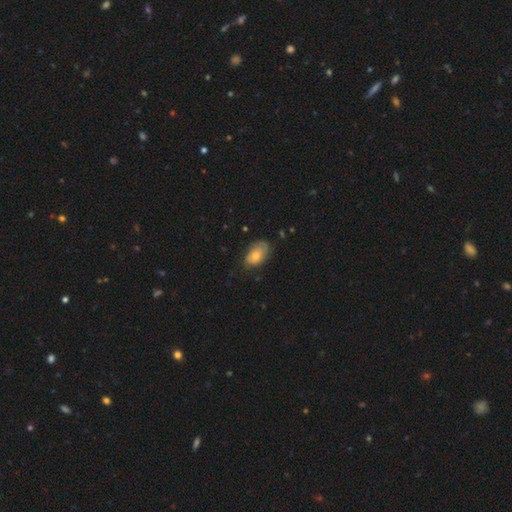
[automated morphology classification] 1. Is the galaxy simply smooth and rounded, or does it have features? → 68% smooth, 24% featured or disk, 8% star or artifact.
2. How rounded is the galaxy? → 88% in between, 10% round, 2% cigar-shaped.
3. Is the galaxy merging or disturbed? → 59% none, 32% minor disturbance, 8% major disturbance, 1% merger.